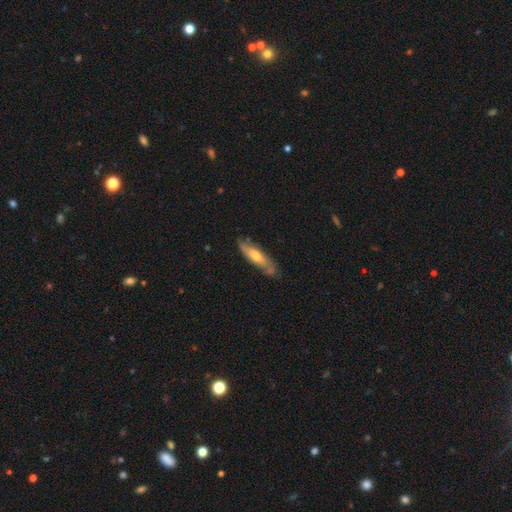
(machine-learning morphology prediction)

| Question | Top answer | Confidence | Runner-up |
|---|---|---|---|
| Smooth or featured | featured or disk | 52% | smooth (42%) |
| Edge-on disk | yes | 55% | no (45%) |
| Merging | none | 70% | minor disturbance (22%) |